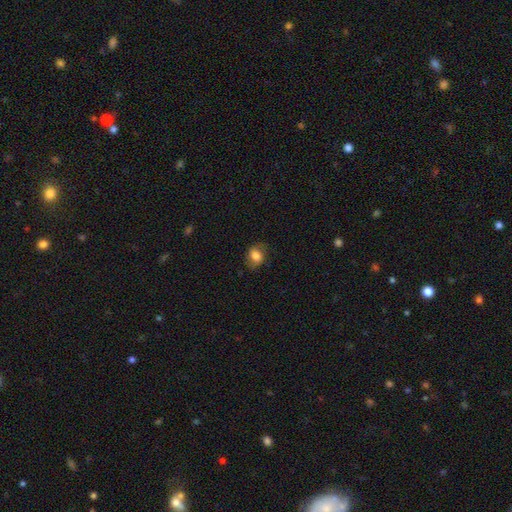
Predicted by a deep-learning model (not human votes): Q: Smooth or featured?
A: smooth (73%); runner-up: featured or disk (18%)
Q: How rounded?
A: in between (58%); runner-up: round (41%)
Q: Merging?
A: none (70%); runner-up: minor disturbance (21%)